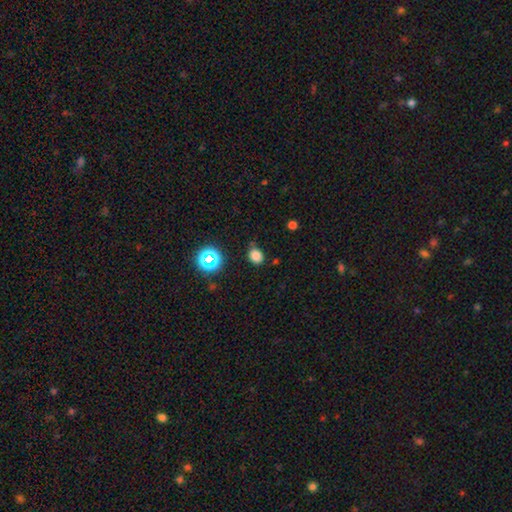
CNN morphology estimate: This appears to be a smooth galaxy with no disk features (78%) that is round (60%). Merging: none (76%).